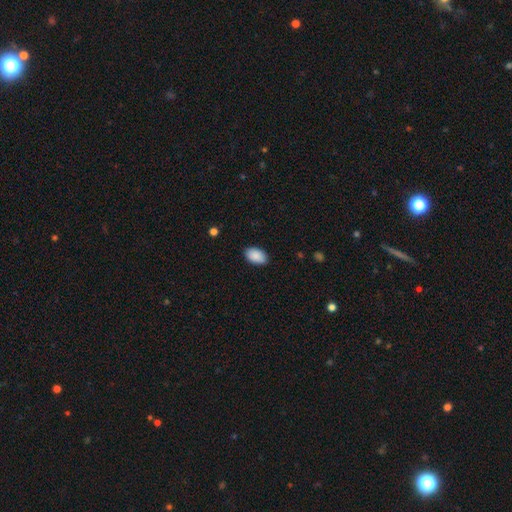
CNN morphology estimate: smooth-or-featured: smooth: 90% | star or artifact: 6% | featured or disk: 3%
  how-rounded: in between: 93% | round: 6% | cigar-shaped: 1%
  merging: none: 87% | minor disturbance: 10% | major disturbance: 2% | merger: 1%